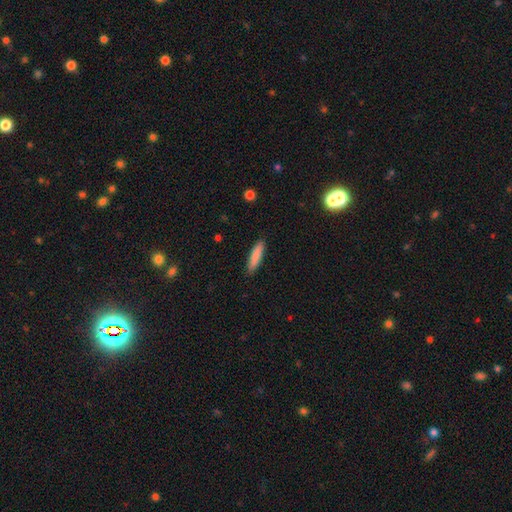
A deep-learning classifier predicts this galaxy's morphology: A smooth galaxy with no disk features (86%) that is cigar-shaped (77%).

Vote fractions:
- Smooth or featured? smooth: 86% / featured or disk: 8% / star or artifact: 6%
- How rounded? cigar-shaped: 77% / in between: 22% / round: 1%
- Merging? none: 89% / minor disturbance: 9% / major disturbance: 2% / merger: 1%